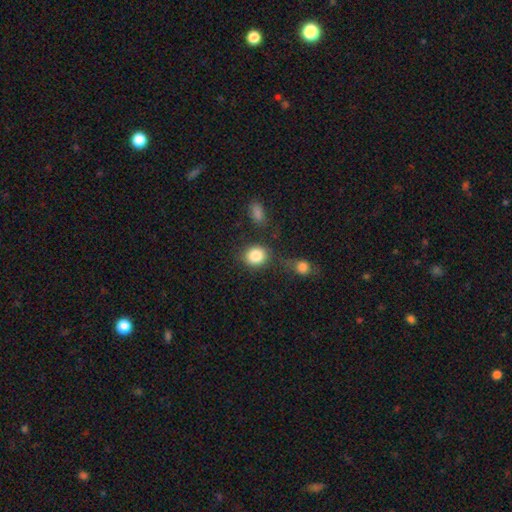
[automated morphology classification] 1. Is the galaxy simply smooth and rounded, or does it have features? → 85% smooth, 9% star or artifact, 6% featured or disk.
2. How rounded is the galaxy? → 73% round, 26% in between, 1% cigar-shaped.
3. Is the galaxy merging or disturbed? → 71% none, 12% minor disturbance, 11% merger, 6% major disturbance.